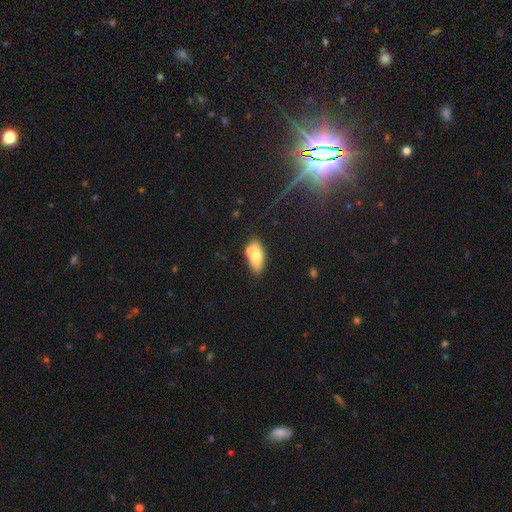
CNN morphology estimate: Smooth or featured? smooth (67%)
How rounded? in between (87%)
Merging? none (53%)